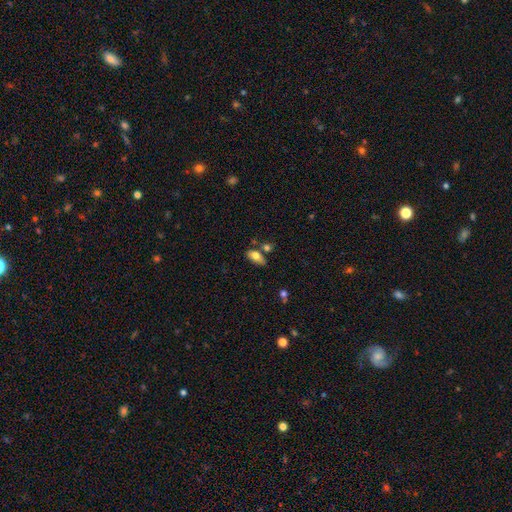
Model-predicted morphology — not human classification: A smooth galaxy with no disk features (73%) that is in between round and cigar-shaped (87%). Merging: none (63%).